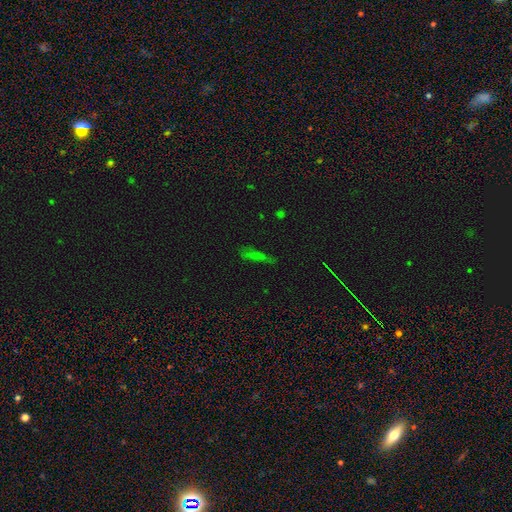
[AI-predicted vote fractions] A smooth galaxy with no disk features (54%) that is cigar-shaped (72%). Merging: none (68%).